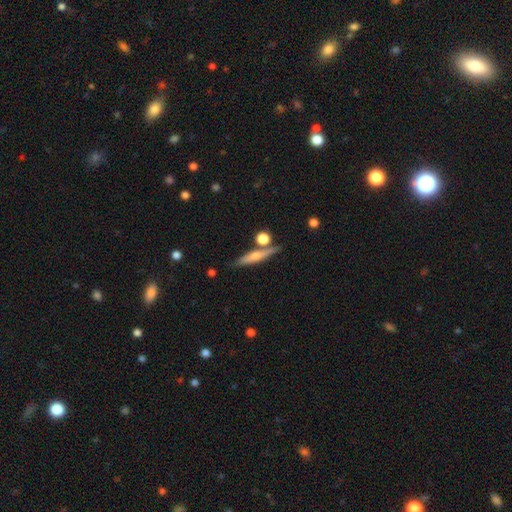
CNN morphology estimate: This appears to be a smooth galaxy with no disk features (51%) that is cigar-shaped (83%). Merging: none (75%).